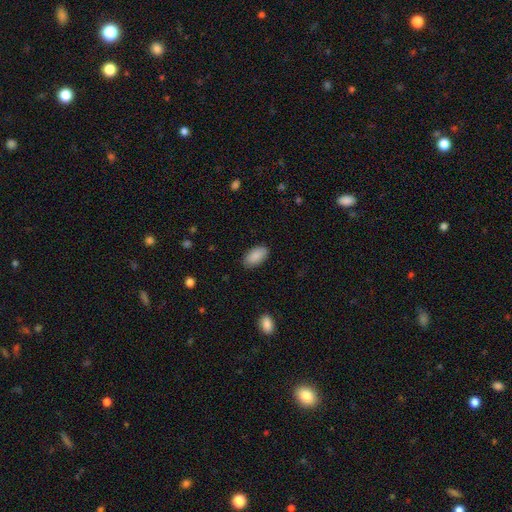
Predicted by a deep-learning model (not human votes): Q: Smooth or featured?
A: smooth (90%); runner-up: star or artifact (6%)
Q: How rounded?
A: in between (95%); runner-up: round (3%)
Q: Merging?
A: none (87%); runner-up: minor disturbance (10%)